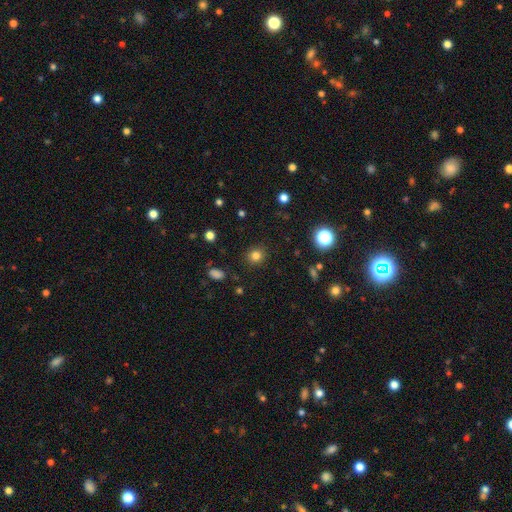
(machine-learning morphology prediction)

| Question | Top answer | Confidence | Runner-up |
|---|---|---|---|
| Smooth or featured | smooth | 80% | star or artifact (14%) |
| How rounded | round | 86% | in between (13%) |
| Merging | none | 89% | minor disturbance (7%) |